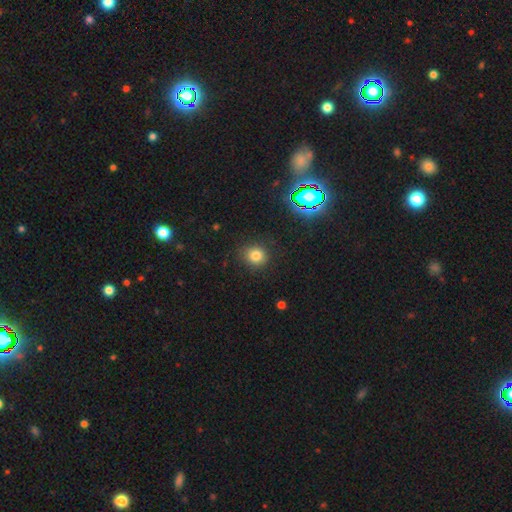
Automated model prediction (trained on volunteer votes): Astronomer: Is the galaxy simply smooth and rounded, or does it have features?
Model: smooth — 77%.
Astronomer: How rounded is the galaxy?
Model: round — 83%.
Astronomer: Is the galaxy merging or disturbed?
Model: none — 86%.